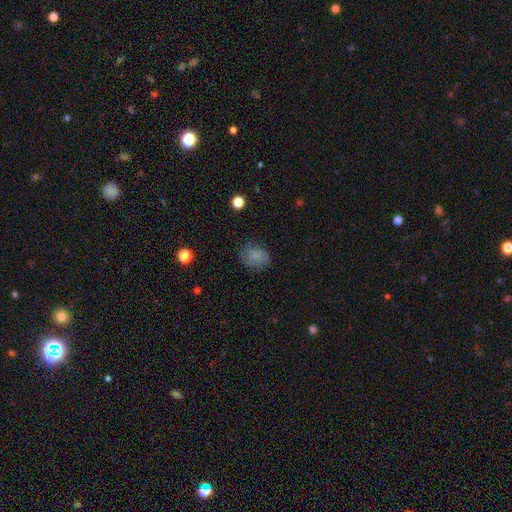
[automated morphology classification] Smooth or featured?
  - smooth: 75% *
  - featured or disk: 14%
  - star or artifact: 11%
How rounded?
  - in between: 53% *
  - round: 46%
  - cigar-shaped: 1%
Merging?
  - none: 73% *
  - minor disturbance: 19%
  - major disturbance: 7%
  - merger: 1%